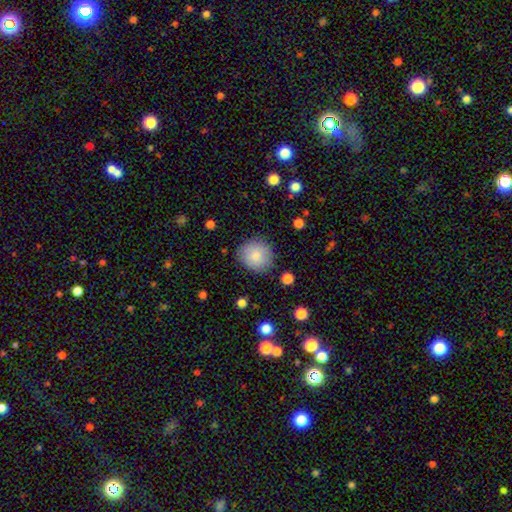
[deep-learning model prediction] A smooth galaxy with no disk features (83%) that is round (89%).

Vote fractions:
- Smooth or featured? smooth: 83% / featured or disk: 9% / star or artifact: 8%
- How rounded? round: 89% / in between: 10% / cigar-shaped: 1%
- Merging? none: 86% / minor disturbance: 10% / major disturbance: 3% / merger: 1%